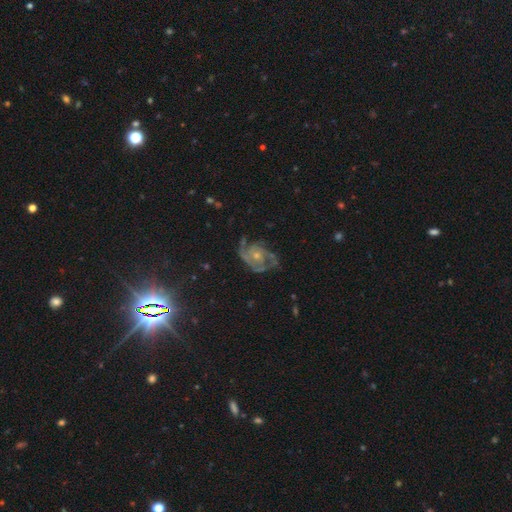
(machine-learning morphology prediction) This appears to be a featured or disk galaxy (85%) with no bar (75%), 2 (32%) tight (44%) spiral arms (94%) and a small central bulge (63%). Merging: none (59%).